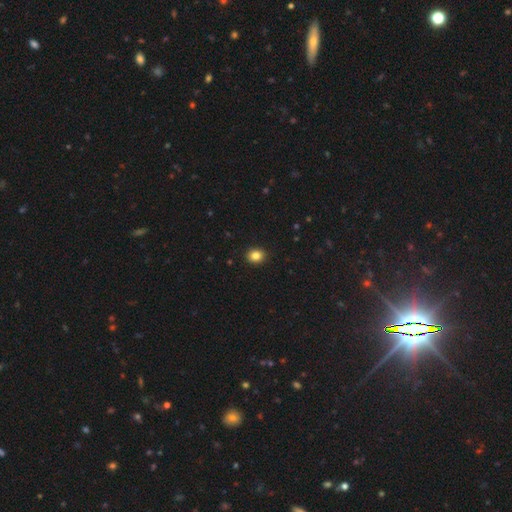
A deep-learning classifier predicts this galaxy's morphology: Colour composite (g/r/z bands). It shows a smooth galaxy with no disk features (84%) that is round (70%). Merging: none (92%).